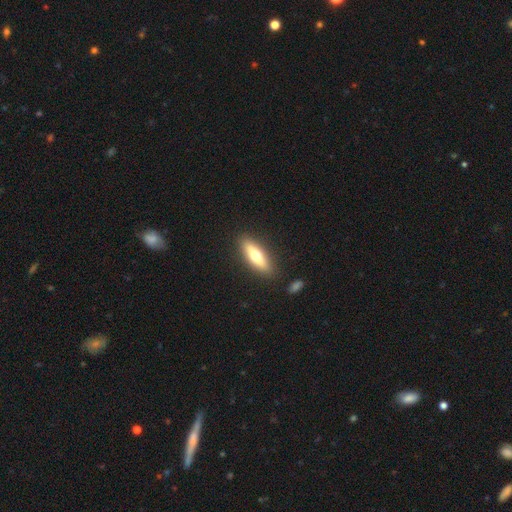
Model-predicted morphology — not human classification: A smooth galaxy with no disk features (59%) that is cigar-shaped (53%). Merging: none (87%).